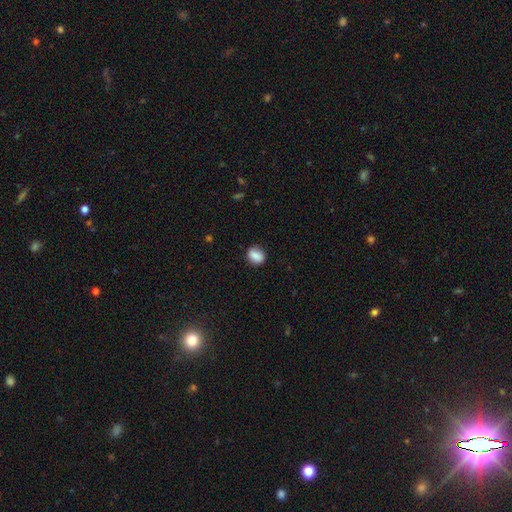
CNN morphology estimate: A smooth galaxy with no disk features (84%) that is round (49%, tied with in between).

Vote fractions:
- Smooth or featured? smooth: 84% / star or artifact: 8% / featured or disk: 8%
- How rounded? round: 49% (tied) / in between: 49% (tied) / cigar-shaped: 2%
- Merging? none: 81% / minor disturbance: 14% / major disturbance: 3% / merger: 2%